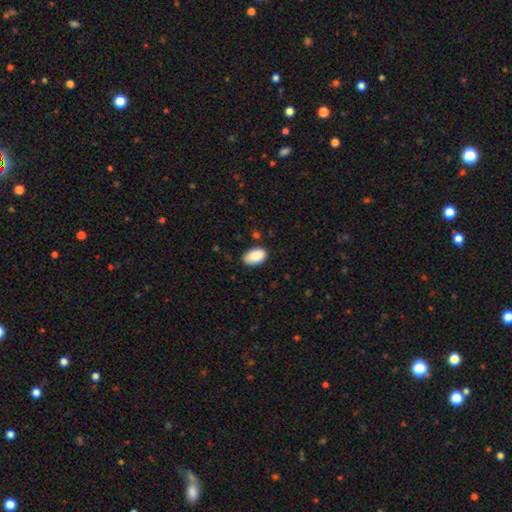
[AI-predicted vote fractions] A smooth galaxy with no disk features (90%) that is in between round and cigar-shaped (93%).

Vote fractions:
- Smooth or featured? smooth: 90% / star or artifact: 7% / featured or disk: 3%
- How rounded? in between: 93% / round: 6% / cigar-shaped: 1%
- Merging? none: 81% / minor disturbance: 14% / major disturbance: 3% / merger: 1%